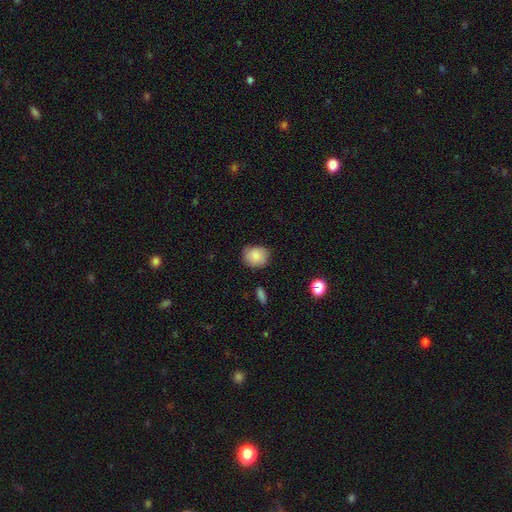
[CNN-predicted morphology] Smooth or featured: smooth — 85% (star or artifact — 8%)
How rounded: round — 67% (in between — 32%)
Merging: none — 72% (minor disturbance — 22%)